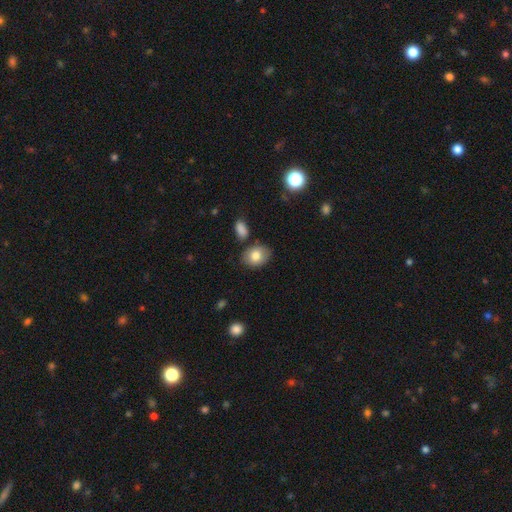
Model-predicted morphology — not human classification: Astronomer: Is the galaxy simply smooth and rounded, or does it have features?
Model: smooth — 80%.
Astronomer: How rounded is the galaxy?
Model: in between — 67%.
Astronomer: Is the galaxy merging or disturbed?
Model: none — 78%.